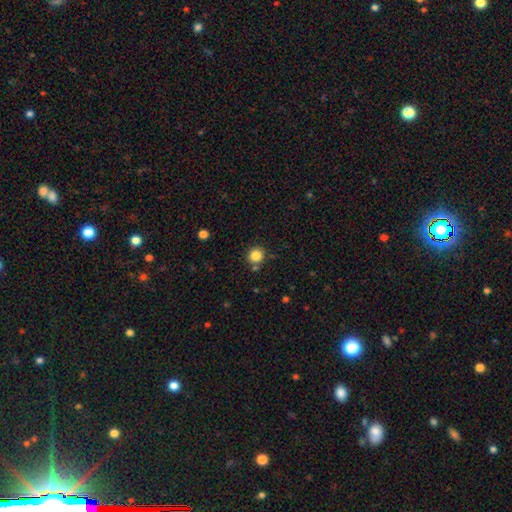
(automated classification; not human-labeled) smooth_or_featured: smooth (p=0.84) [alt: star or artifact p=0.11]
how_rounded: round (p=0.92) [alt: in between p=0.07]
merging: none (p=0.82) [alt: minor disturbance p=0.09]